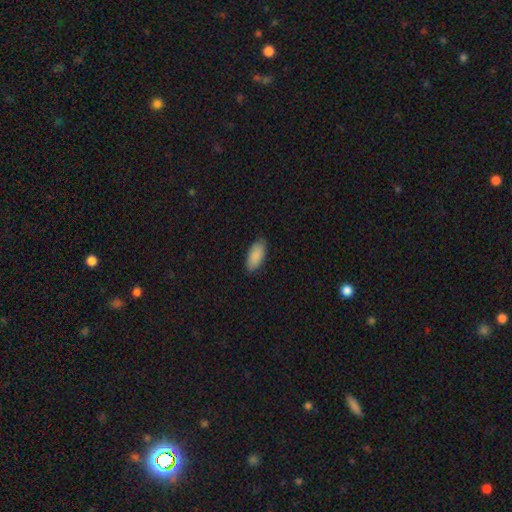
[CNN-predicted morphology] A smooth galaxy with no disk features (90%) that is in between round and cigar-shaped (90%).

Vote fractions:
- Smooth or featured? smooth: 90% / star or artifact: 6% / featured or disk: 4%
- How rounded? in between: 90% / cigar-shaped: 9% / round: 2%
- Merging? none: 87% / minor disturbance: 10% / major disturbance: 2% / merger: 1%